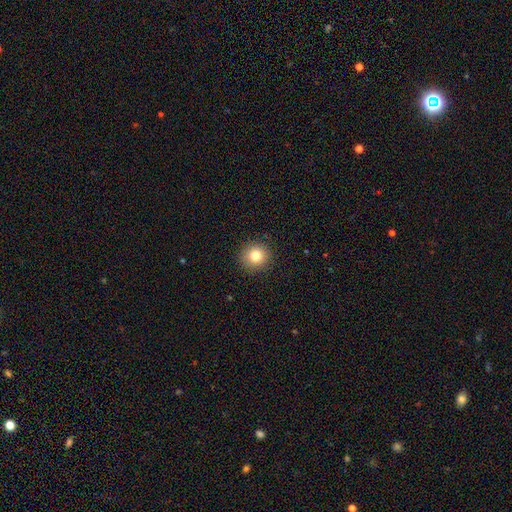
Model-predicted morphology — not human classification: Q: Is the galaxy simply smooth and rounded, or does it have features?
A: smooth — 81%.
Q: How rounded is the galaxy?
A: round — 93%.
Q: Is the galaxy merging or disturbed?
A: none — 91%.